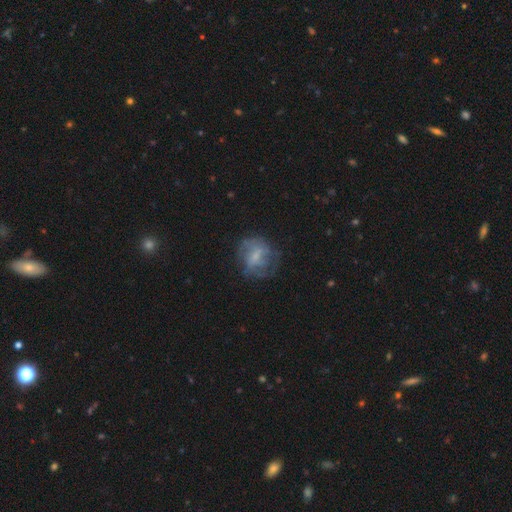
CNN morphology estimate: smooth-or-featured: featured or disk: 49% | smooth: 41% | star or artifact: 10%
  merging: none: 59% | minor disturbance: 21% | major disturbance: 18% | merger: 2%